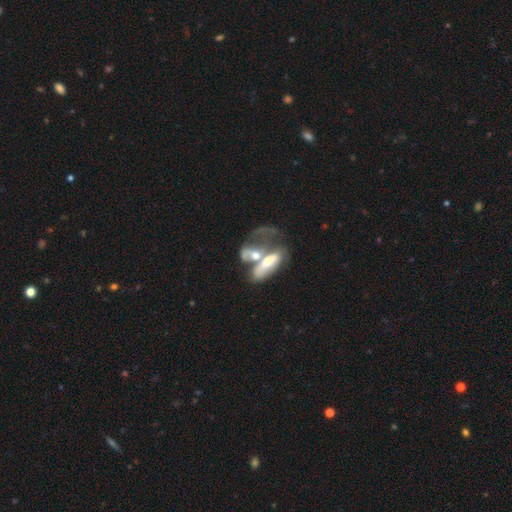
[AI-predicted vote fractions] A smooth galaxy with no disk features (48%).

Vote fractions:
- Smooth or featured? smooth: 48% / featured or disk: 45% / star or artifact: 8%
- Merging? merger: 63% / major disturbance: 20% / none: 10% / minor disturbance: 7%